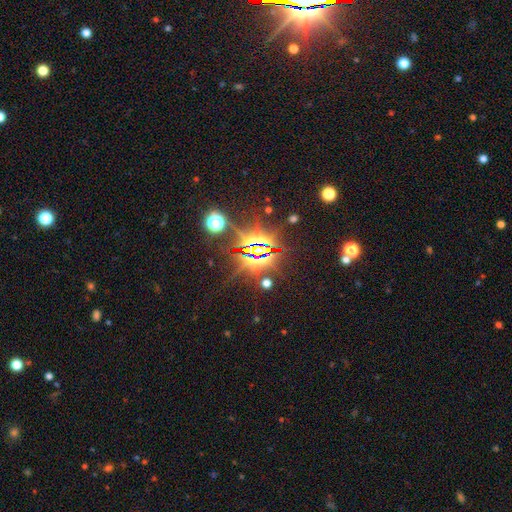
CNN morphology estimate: The model was most divided on "smooth or featured": star or artifact: 82%, smooth: 9%, featured or disk: 9%.